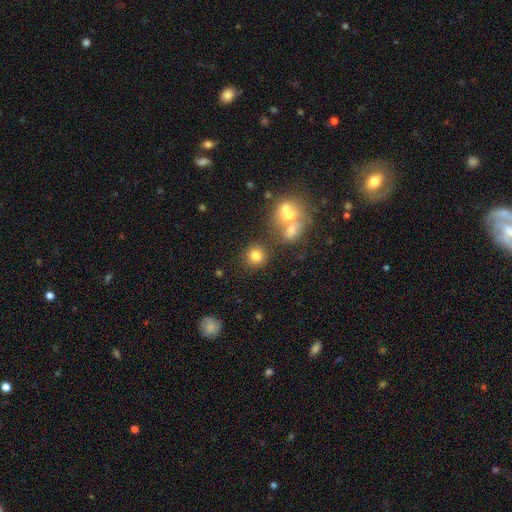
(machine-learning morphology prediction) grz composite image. It shows a smooth galaxy with no disk features (78%) that is round (90%). Merging: none (79%).